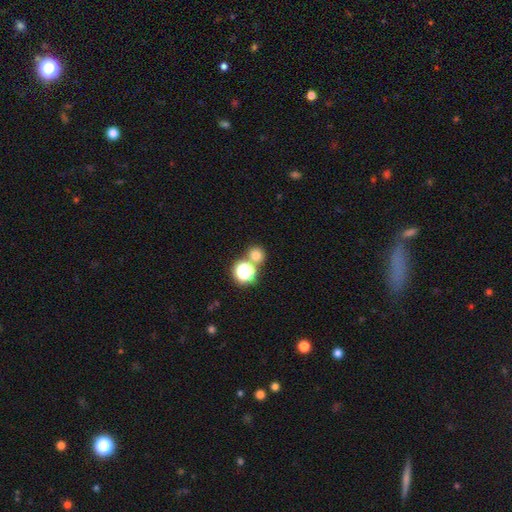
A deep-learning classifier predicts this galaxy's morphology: This appears to be a smooth galaxy with no disk features (72%) that is round (89%). Merging: none (67%).